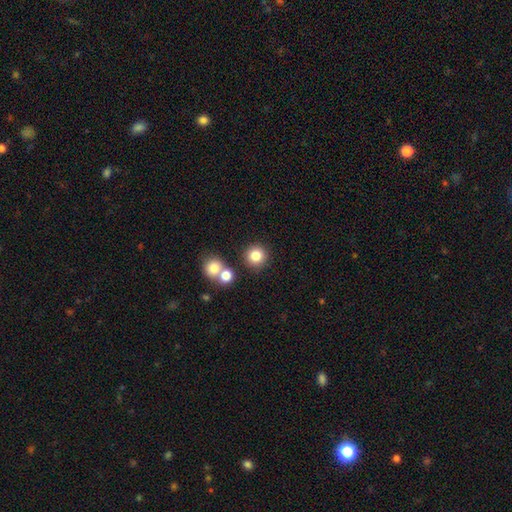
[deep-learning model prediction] Smooth or featured? Predicted: smooth (p=0.81). How rounded? Predicted: round (p=0.94). Merging? Predicted: none (p=0.81).